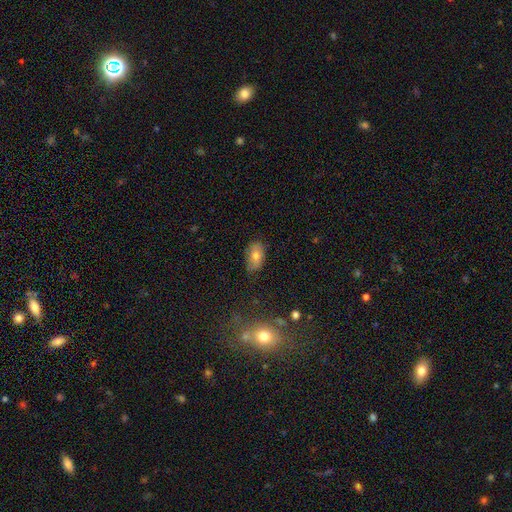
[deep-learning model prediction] A smooth galaxy with no disk features (69%) that is in between round and cigar-shaped (90%). Merging: none (74%).